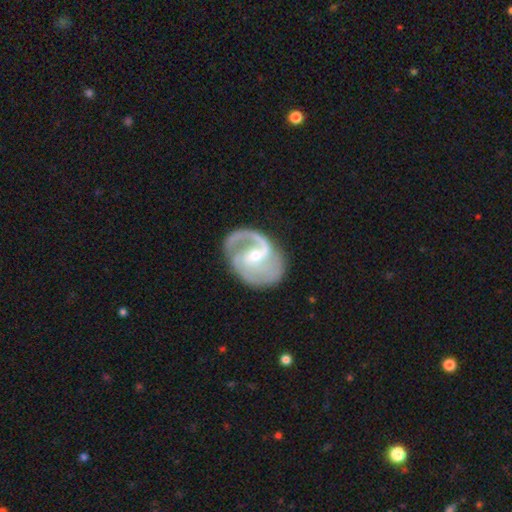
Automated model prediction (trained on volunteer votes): Overall: featured or disk (90%). Edge-on disk: no (98%). Bar: weak (48%; no 28%). Spiral arms: yes (97%). Spiral arm count: 2 (78%). Spiral winding: medium (55%; tight 24%). Bulge size: small (56%; moderate 40%). Merging: none (72%).